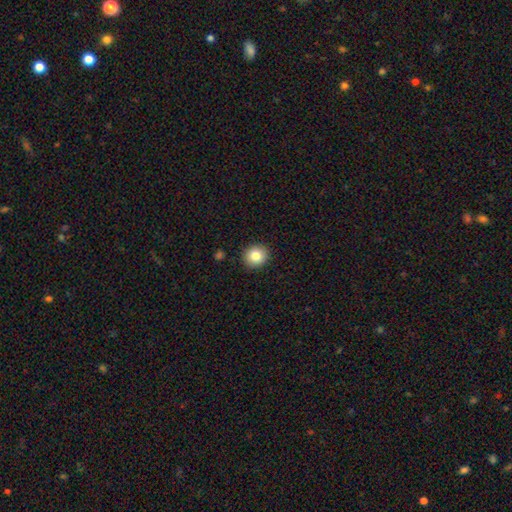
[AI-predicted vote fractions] Smooth or featured? Predicted: smooth (p=0.83). How rounded? Predicted: round (p=0.83). Merging? Predicted: none (p=0.91).